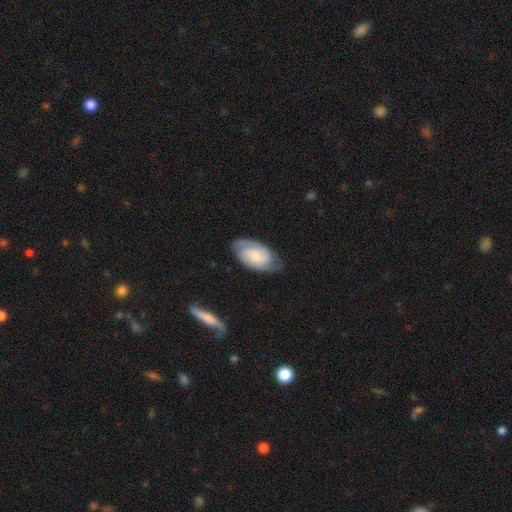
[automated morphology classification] type=featured or disk (70%); edge-on=no (96%); bar=no (60%); spiral arms=yes (94%); winding=tight (52%); arm count=2 (75%); bulge=small (53%); merging=none (76%).